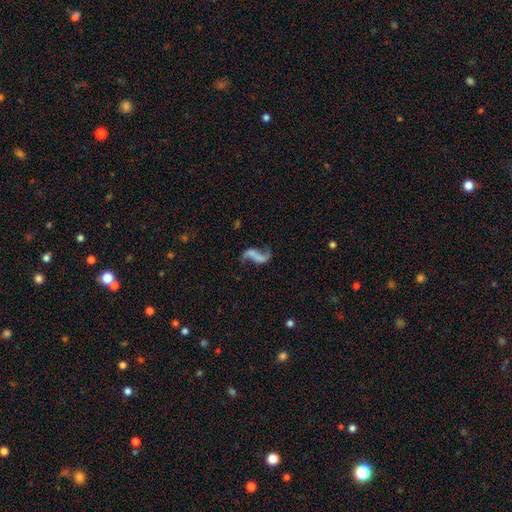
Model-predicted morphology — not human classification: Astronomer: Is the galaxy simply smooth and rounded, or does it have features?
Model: featured or disk — 78%.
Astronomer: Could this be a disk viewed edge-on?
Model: no — 96%.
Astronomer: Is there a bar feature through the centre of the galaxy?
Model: no — 41% (runner-up: weak, 31%).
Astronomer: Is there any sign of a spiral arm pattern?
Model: yes — 90%.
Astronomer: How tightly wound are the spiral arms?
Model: loose — 89%.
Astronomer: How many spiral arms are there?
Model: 2 — 88%.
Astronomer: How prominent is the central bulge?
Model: none — 67%.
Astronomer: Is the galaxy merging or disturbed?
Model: none — 59%.